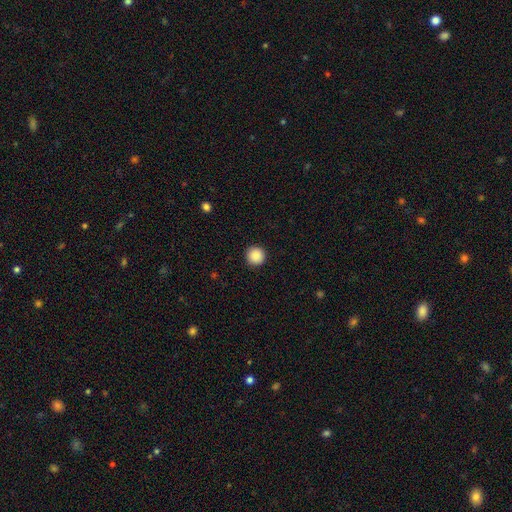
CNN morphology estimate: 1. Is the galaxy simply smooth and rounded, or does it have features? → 89% smooth, 9% star or artifact, 3% featured or disk.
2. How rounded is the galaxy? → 96% round, 3% in between, 1% cigar-shaped.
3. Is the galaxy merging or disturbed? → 93% none, 4% minor disturbance, 2% major disturbance, 1% merger.